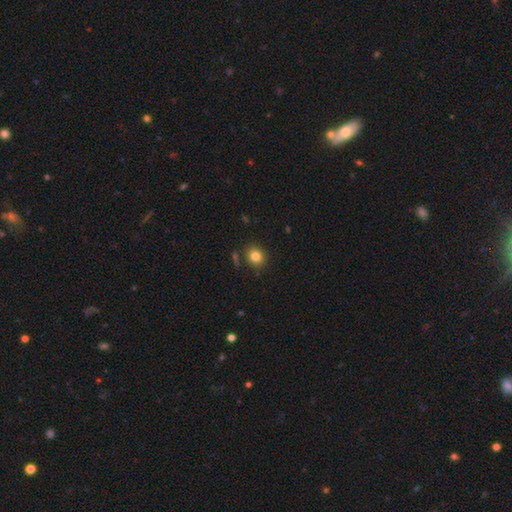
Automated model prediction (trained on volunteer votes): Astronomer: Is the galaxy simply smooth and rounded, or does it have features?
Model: smooth — 82%.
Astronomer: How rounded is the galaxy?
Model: round — 78%.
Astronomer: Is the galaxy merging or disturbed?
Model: none — 83%.